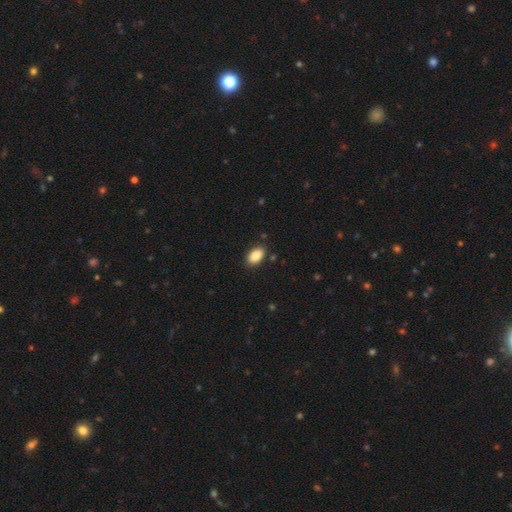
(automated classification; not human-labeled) Smooth or featured?
  - smooth: 87% *
  - star or artifact: 8%
  - featured or disk: 5%
How rounded?
  - in between: 91% *
  - round: 7%
  - cigar-shaped: 1%
Merging?
  - none: 88% *
  - minor disturbance: 8%
  - major disturbance: 2%
  - merger: 1%